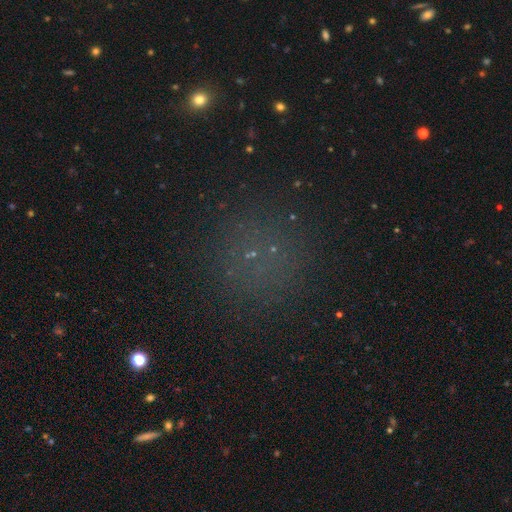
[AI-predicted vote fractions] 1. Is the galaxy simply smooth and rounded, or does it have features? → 51% smooth, 40% star or artifact, 9% featured or disk.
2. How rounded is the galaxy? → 93% round, 6% in between, 1% cigar-shaped.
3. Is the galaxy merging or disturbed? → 85% none, 8% minor disturbance, 4% major disturbance, 2% merger.